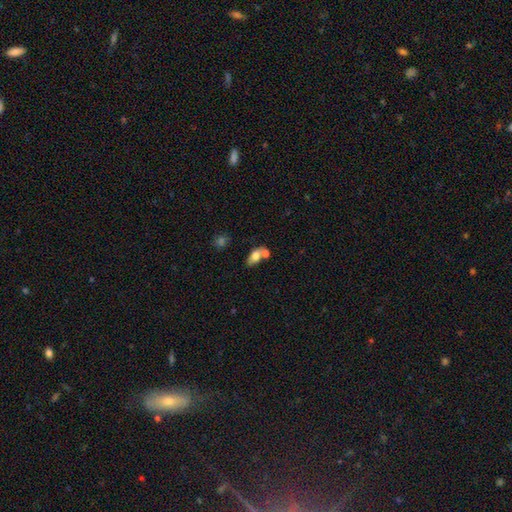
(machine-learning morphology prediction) Smooth or featured? smooth (73%)
How rounded? in between (86%)
Merging? merger (42%)